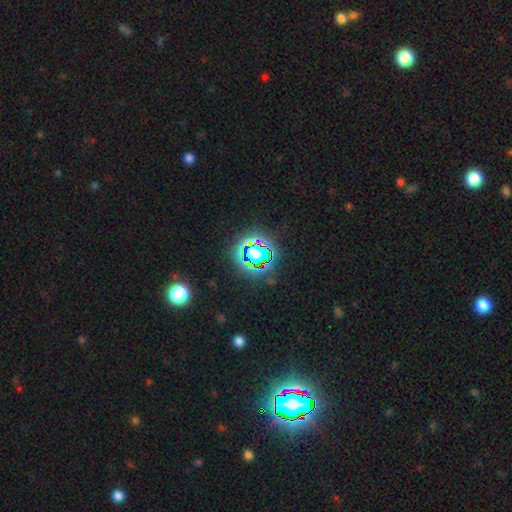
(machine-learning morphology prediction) smooth_or_featured: star or artifact (p=0.81) [alt: smooth p=0.12]